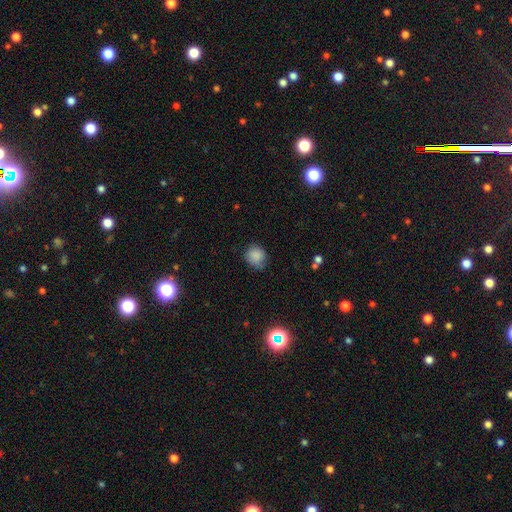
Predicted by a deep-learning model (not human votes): Smooth or featured? Predicted: smooth (p=0.86). How rounded? Predicted: round (p=0.80). Merging? Predicted: none (p=0.69).